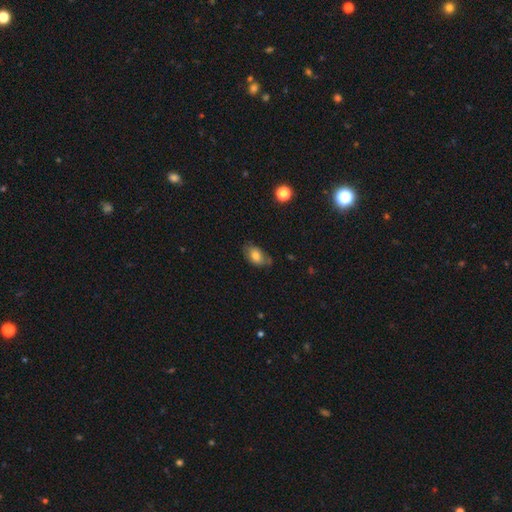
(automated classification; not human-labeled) This appears to be a smooth galaxy with no disk features (74%) that is in between round and cigar-shaped (87%). Merging: none (61%).